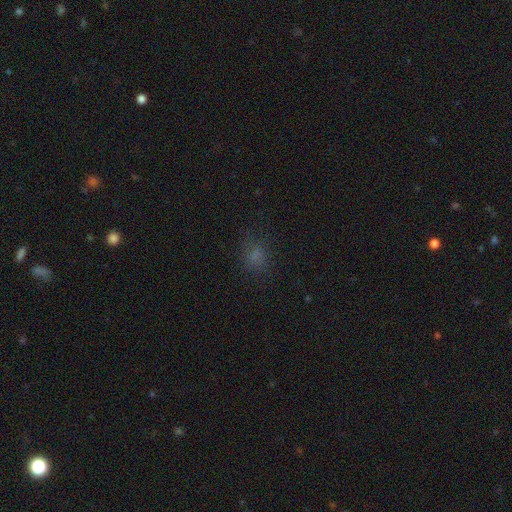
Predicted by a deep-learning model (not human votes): smooth_or_featured: smooth (p=0.70) [alt: star or artifact p=0.22]
how_rounded: round (p=0.56) [alt: in between p=0.42]
merging: none (p=0.75) [alt: minor disturbance p=0.16]